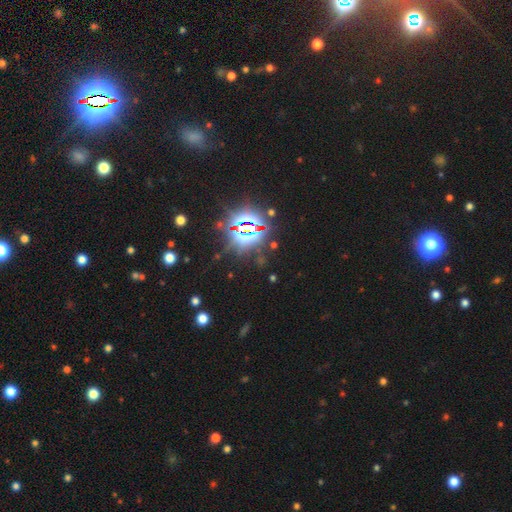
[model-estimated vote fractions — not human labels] This appears to be a star or artifact, not a galaxy (83%).